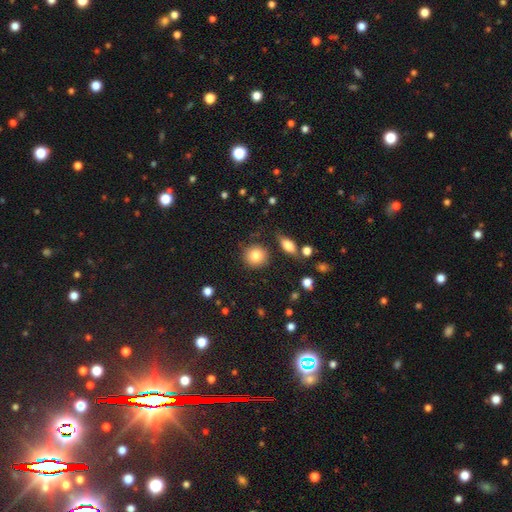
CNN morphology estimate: type=smooth (81%); roundness=round (89%); merging=none (85%).